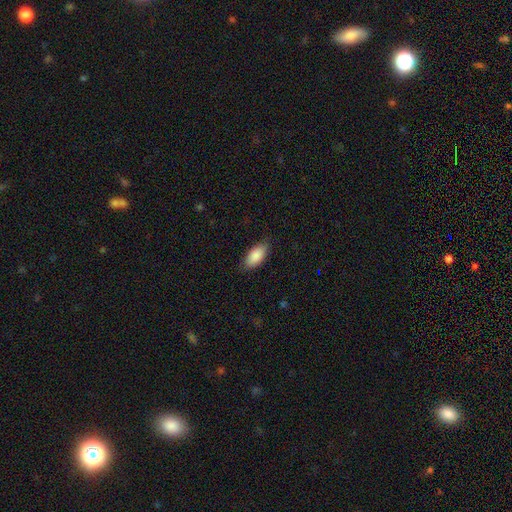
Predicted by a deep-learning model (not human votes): Smooth or featured?
  - smooth: 87% *
  - featured or disk: 7%
  - star or artifact: 6%
How rounded?
  - in between: 90% *
  - cigar-shaped: 8%
  - round: 2%
Merging?
  - none: 82% *
  - minor disturbance: 14%
  - major disturbance: 3%
  - merger: 1%